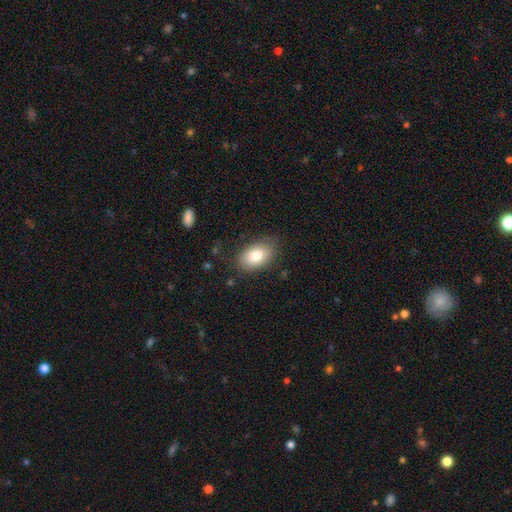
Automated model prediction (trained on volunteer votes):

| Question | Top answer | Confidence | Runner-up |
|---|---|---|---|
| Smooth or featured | smooth | 80% | featured or disk (13%) |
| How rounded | in between | 89% | round (10%) |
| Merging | none | 81% | minor disturbance (14%) |